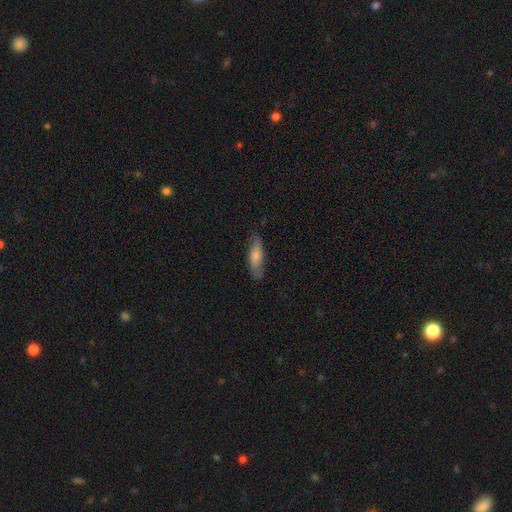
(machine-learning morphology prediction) Smooth or featured? Predicted: smooth (p=0.69). How rounded? Predicted: in between (p=0.54). Merging? Predicted: none (p=0.74).